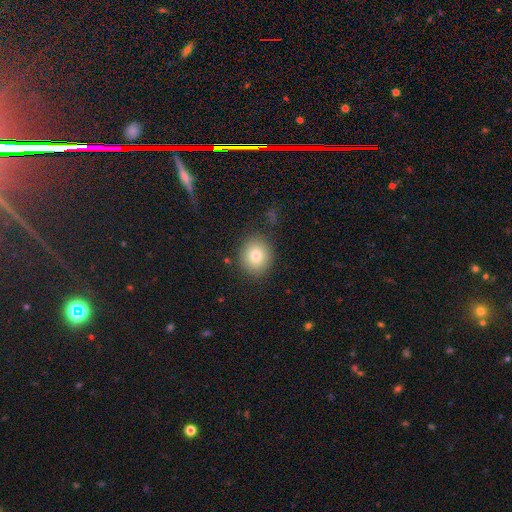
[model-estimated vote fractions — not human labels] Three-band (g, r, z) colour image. It shows a smooth galaxy with no disk features (80%) that is round (78%). Merging: none (84%).